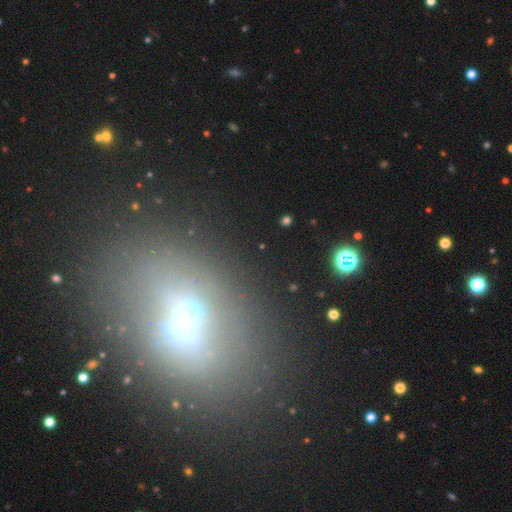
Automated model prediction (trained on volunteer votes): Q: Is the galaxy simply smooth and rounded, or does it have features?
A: smooth — 42%.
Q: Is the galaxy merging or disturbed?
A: none — 66%.